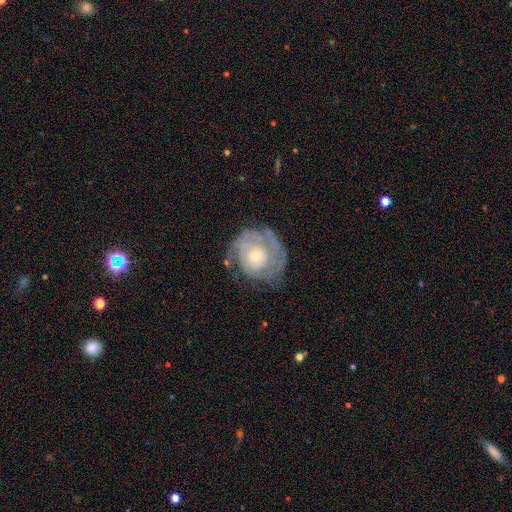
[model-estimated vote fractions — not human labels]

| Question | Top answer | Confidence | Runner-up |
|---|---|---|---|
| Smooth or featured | featured or disk | 78% | smooth (16%) |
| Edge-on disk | no | 97% | yes (3%) |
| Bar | no | 80% | weak (17%) |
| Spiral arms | yes | 84% | no (16%) |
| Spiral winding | tight | 69% | medium (23%) |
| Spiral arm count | can't tell | 43% | 2 (26%) |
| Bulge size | small | 59% | moderate (36%) |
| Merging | none | 62% | minor disturbance (21%) |